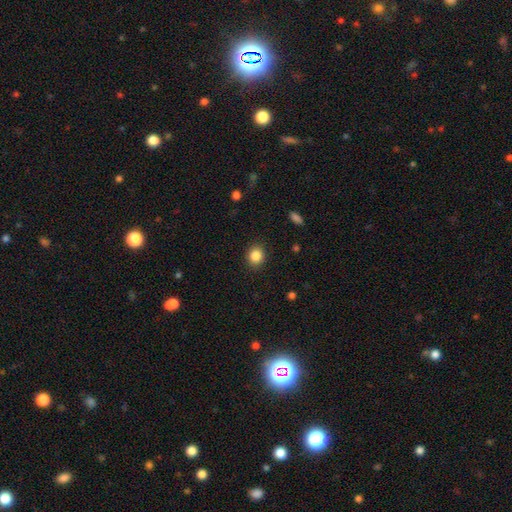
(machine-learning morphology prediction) smooth-or-featured: smooth: 86% | star or artifact: 10% | featured or disk: 4%
  how-rounded: round: 75% | in between: 24% | cigar-shaped: 1%
  merging: none: 90% | minor disturbance: 7% | major disturbance: 2% | merger: 1%